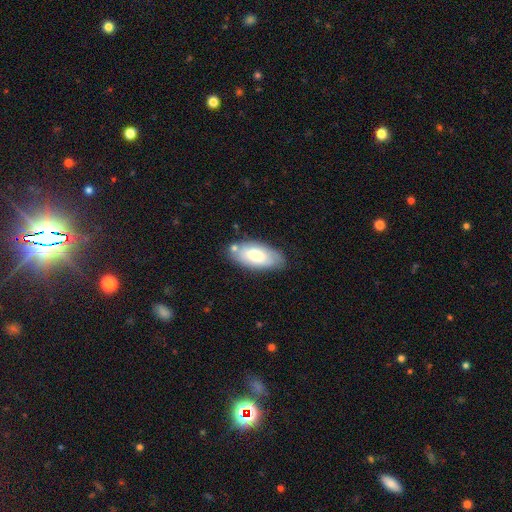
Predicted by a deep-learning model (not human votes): Morphology: type=smooth (68%); roundness=in between (91%); merging=none (71%).